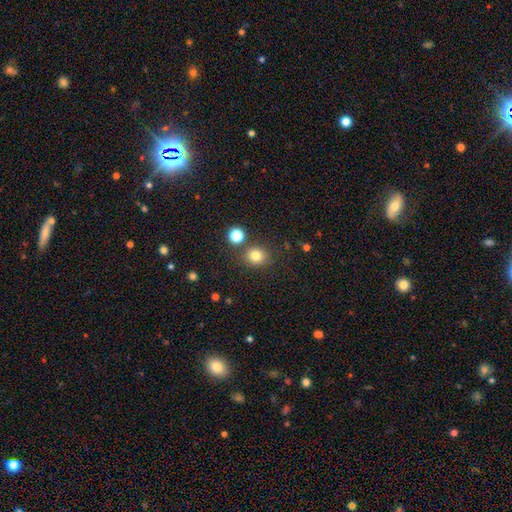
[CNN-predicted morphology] Overall: smooth (80%). How rounded: round (82%). Merging: none (80%).